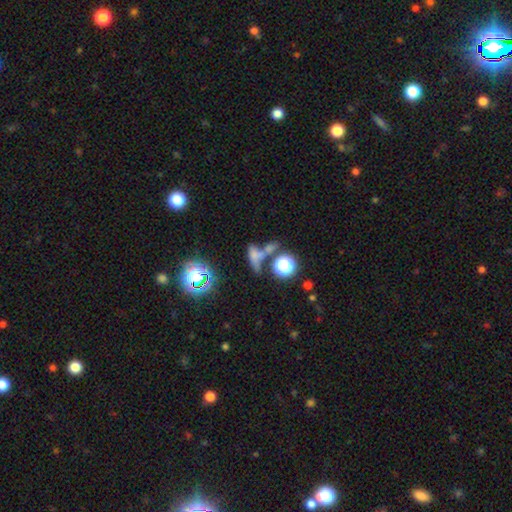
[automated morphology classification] type=smooth (54%); roundness=in between (47%); merging=merger (38%).